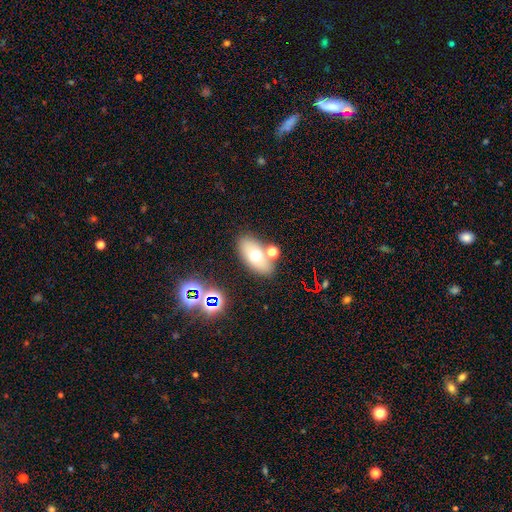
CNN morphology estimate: A smooth galaxy with no disk features (62%) that is in between round and cigar-shaped (87%).

Vote fractions:
- Smooth or featured? smooth: 62% / featured or disk: 24% / star or artifact: 13%
- How rounded? in between: 87% / round: 10% / cigar-shaped: 4%
- Merging? none: 72% / merger: 13% / minor disturbance: 11% / major disturbance: 4%